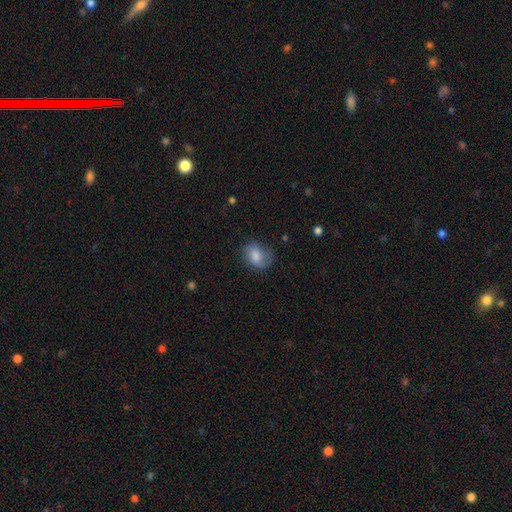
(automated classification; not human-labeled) A smooth galaxy with no disk features (76%) that is in between round and cigar-shaped (67%). Merging: none (59%).